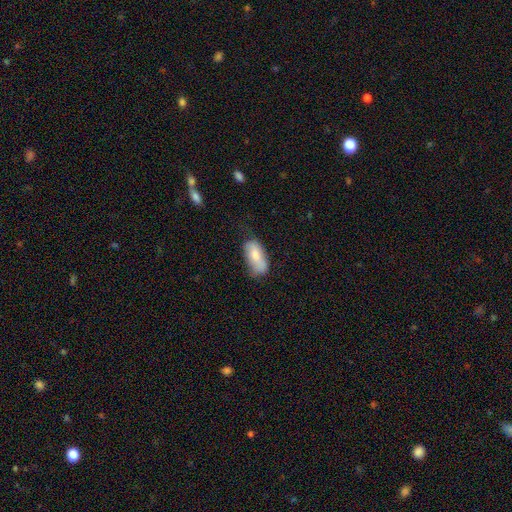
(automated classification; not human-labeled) Morphology: type=smooth (78%); roundness=in between (90%); merging=none (47%).